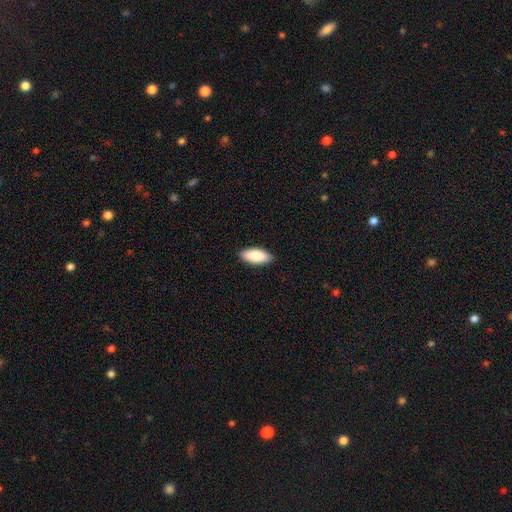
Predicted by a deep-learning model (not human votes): This is clearly a smooth galaxy (89%). How rounded: clearly in between (85%). Merging: clearly none (90%).